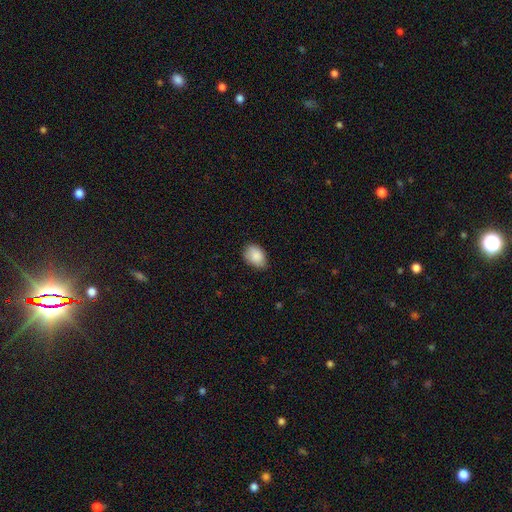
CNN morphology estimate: smooth 88%, star or artifact 7%, featured or disk 5%. Down the decision tree: how rounded — in between (82%); merging — none (72%).